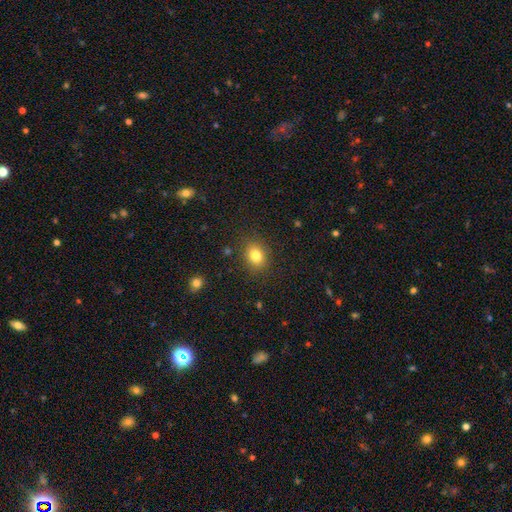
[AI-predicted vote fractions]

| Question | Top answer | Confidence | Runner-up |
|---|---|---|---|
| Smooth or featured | smooth | 81% | star or artifact (11%) |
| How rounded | round | 58% | in between (42%) |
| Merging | none | 86% | minor disturbance (10%) |